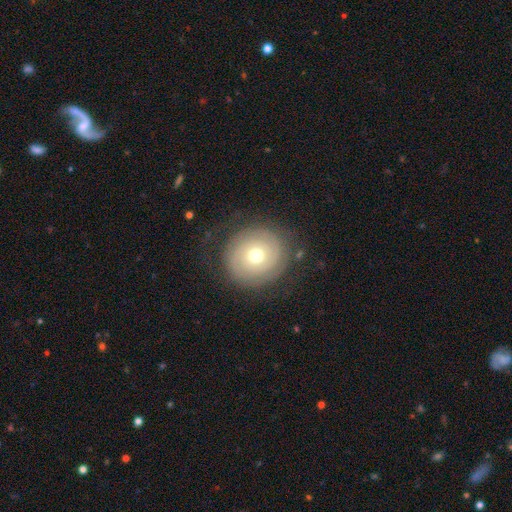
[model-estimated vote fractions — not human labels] This is possibly a featured or disk galaxy (60%). It is clearly not viewed edge-on (97%). Bar: clearly no (83%). Spiral arm pattern: likely yes (80%). Central bulge: likely moderate (66%). Merging: likely none (78%).